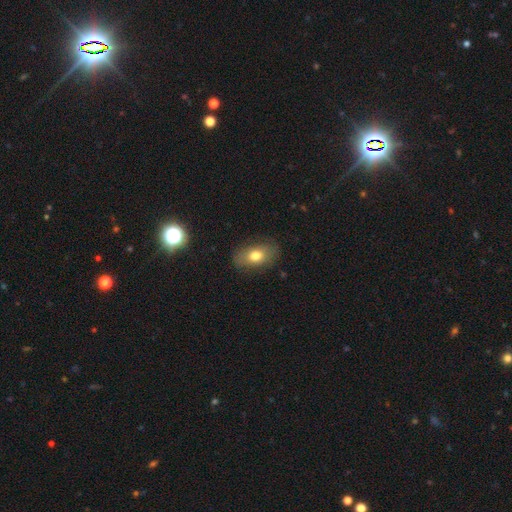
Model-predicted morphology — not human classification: Overall: smooth (73%). How rounded: in between (86%). Merging: none (81%).